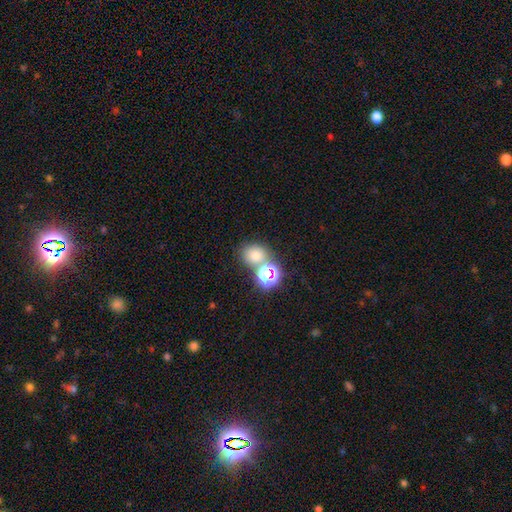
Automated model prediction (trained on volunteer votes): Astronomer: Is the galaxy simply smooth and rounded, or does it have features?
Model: smooth — 71%.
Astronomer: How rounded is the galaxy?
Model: round — 69%.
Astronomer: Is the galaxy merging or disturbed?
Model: none — 58%.